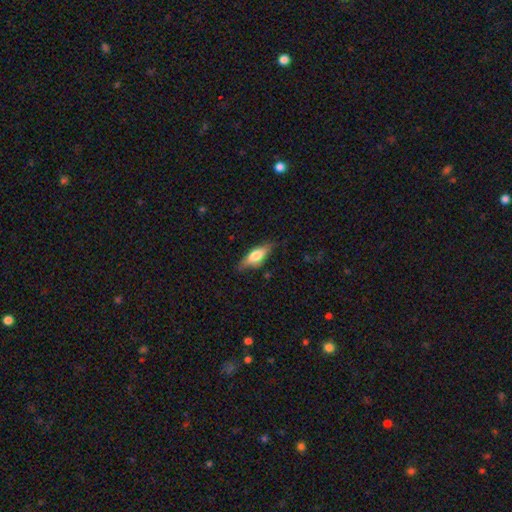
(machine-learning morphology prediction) Smooth or featured: smooth — 59% (featured or disk — 35%)
How rounded: in between — 59% (cigar-shaped — 38%)
Merging: none — 77% (minor disturbance — 18%)